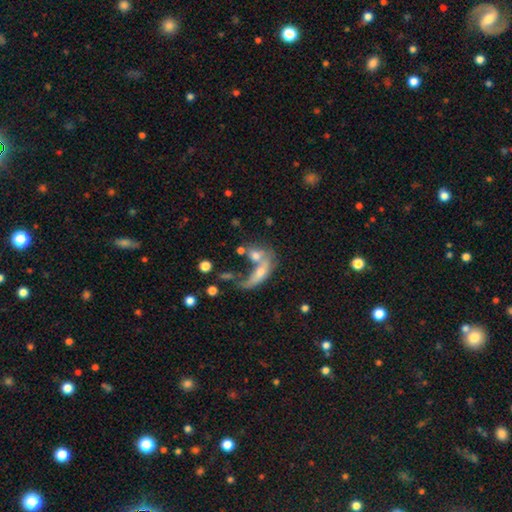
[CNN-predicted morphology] A smooth galaxy with no disk features (57%) that is in between round and cigar-shaped (61%). Merging: merger (60%).